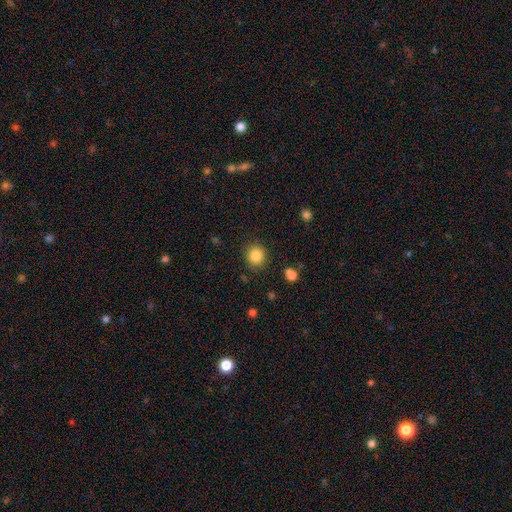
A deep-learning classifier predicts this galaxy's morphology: Overall: smooth (85%). How rounded: round (88%). Merging: none (87%).